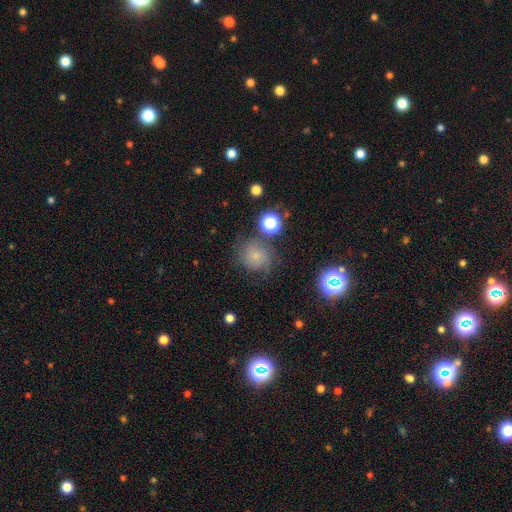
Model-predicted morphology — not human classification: smooth 63%, featured or disk 18%, star or artifact 18%. Down the decision tree: how rounded — round (86%); merging — none (68%).